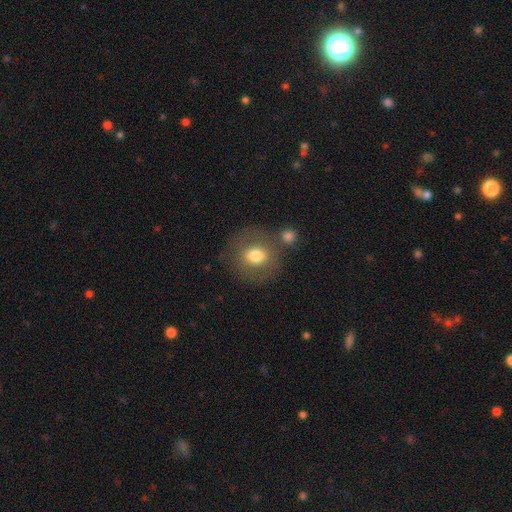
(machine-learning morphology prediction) Overall: smooth (68%). How rounded: round (75%). Merging: none (67%).